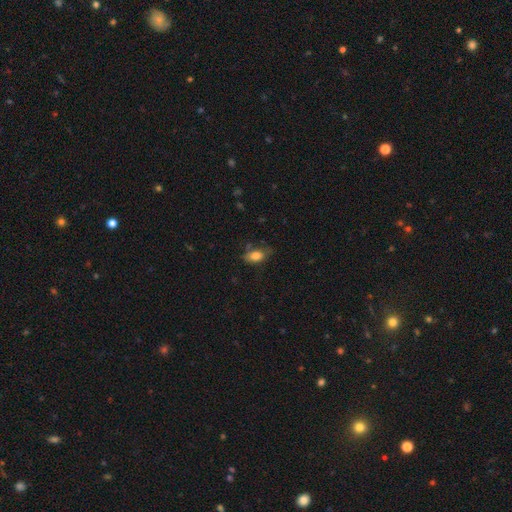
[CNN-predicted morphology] This is clearly a smooth galaxy (80%). How rounded: clearly in between (87%). Merging: likely none (62%).